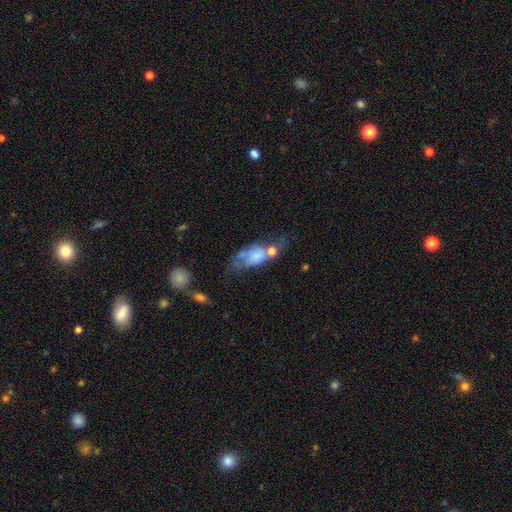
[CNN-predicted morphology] Smooth or featured?
  - smooth: 48% *
  - featured or disk: 43%
  - star or artifact: 9%
Merging?
  - major disturbance: 30% *
  - merger: 29%
  - none: 22%
  - minor disturbance: 20%